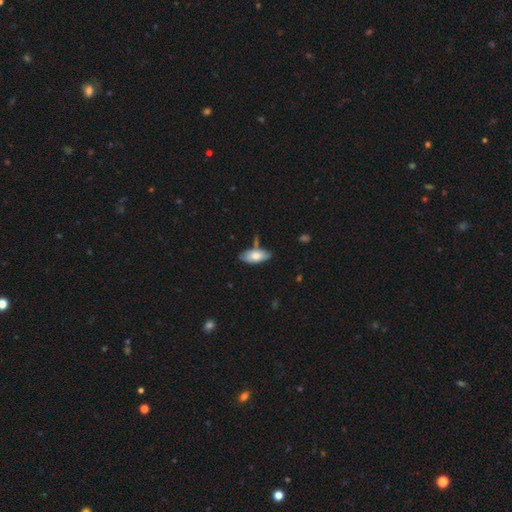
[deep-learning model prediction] Smooth or featured: smooth — 74% (featured or disk — 20%)
How rounded: in between — 87% (cigar-shaped — 11%)
Merging: none — 70% (minor disturbance — 20%)